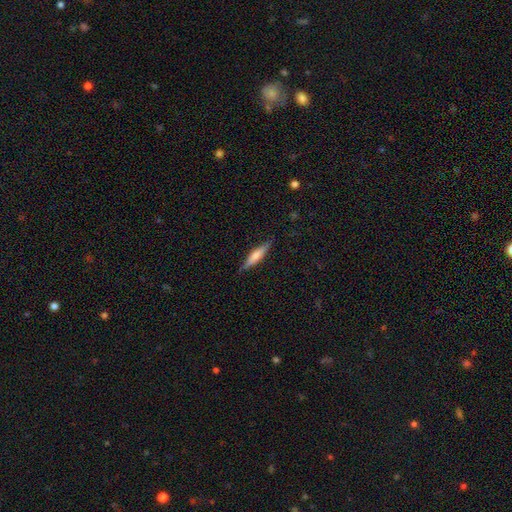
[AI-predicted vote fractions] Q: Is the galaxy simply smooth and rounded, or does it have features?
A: smooth — 55%.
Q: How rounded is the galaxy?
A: cigar-shaped — 82%.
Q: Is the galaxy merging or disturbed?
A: none — 85%.